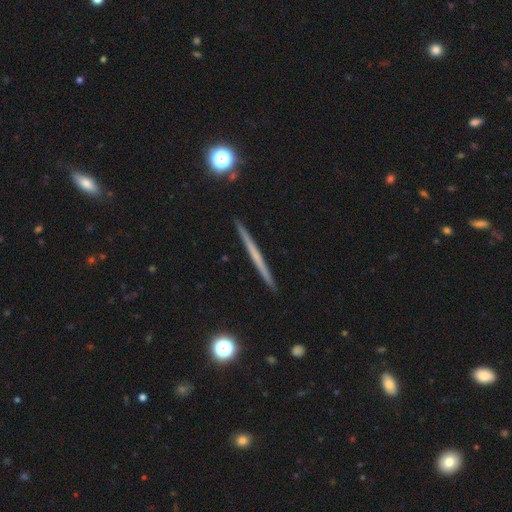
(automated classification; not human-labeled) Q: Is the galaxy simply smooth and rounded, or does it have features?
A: featured or disk — 57%.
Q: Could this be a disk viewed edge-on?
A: yes — 98%.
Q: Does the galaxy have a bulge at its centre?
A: none — 89%.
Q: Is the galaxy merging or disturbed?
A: none — 92%.